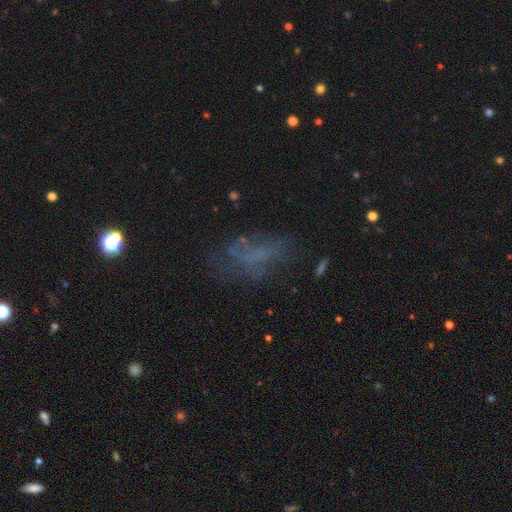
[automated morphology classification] A featured or disk galaxy (40%).

Vote fractions:
- Smooth or featured? featured or disk: 40% / smooth: 34% / star or artifact: 26%
- Merging? none: 49% / major disturbance: 28% / minor disturbance: 20% / merger: 4%